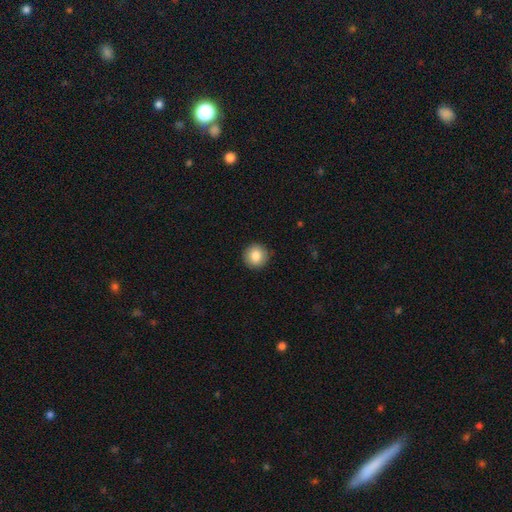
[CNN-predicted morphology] smooth_or_featured: smooth (p=0.84) [alt: star or artifact p=0.08]
how_rounded: round (p=0.95) [alt: in between p=0.04]
merging: none (p=0.91) [alt: minor disturbance p=0.06]